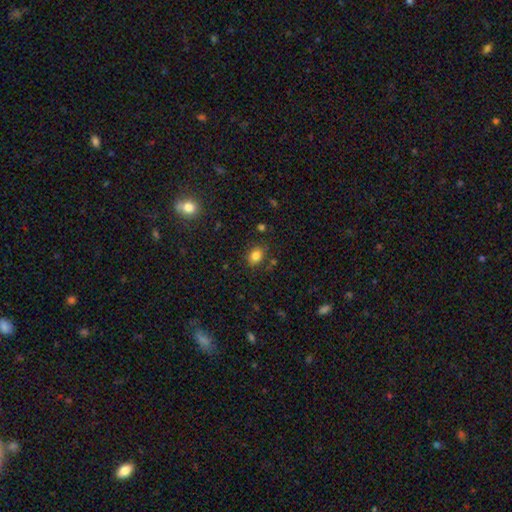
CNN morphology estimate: smooth_or_featured: smooth (p=0.83) [alt: star or artifact p=0.11]
how_rounded: in between (p=0.69) [alt: round p=0.30]
merging: none (p=0.80) [alt: minor disturbance p=0.13]